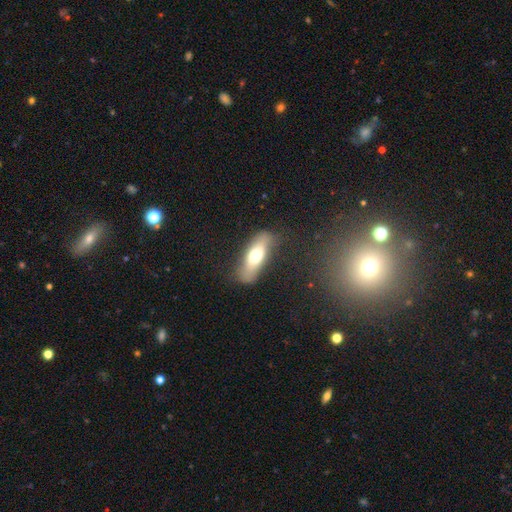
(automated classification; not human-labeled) Overall: smooth (60%; featured or disk 34%). How rounded: in between (57%; cigar-shaped 41%). Merging: none (74%).